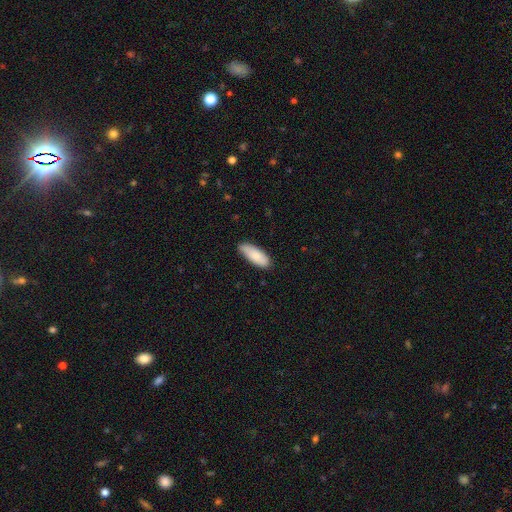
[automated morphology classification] A smooth galaxy with no disk features (83%) that is in between round and cigar-shaped (75%).

Vote fractions:
- Smooth or featured? smooth: 83% / featured or disk: 11% / star or artifact: 6%
- How rounded? in between: 75% / cigar-shaped: 24% / round: 2%
- Merging? none: 77% / minor disturbance: 19% / major disturbance: 2% / merger: 1%